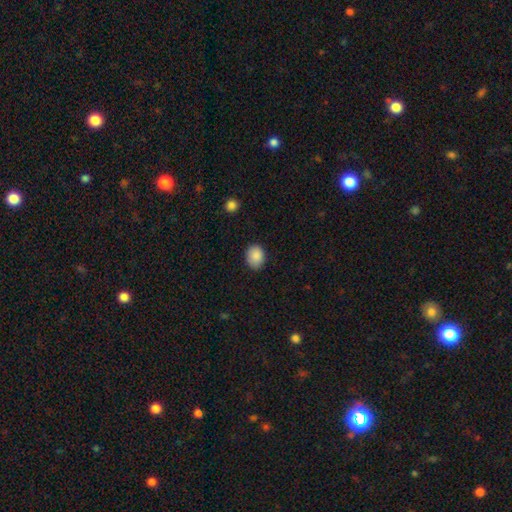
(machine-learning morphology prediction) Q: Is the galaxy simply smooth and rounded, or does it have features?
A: smooth — 88%.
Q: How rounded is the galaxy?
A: in between — 58%.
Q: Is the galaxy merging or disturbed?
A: none — 84%.